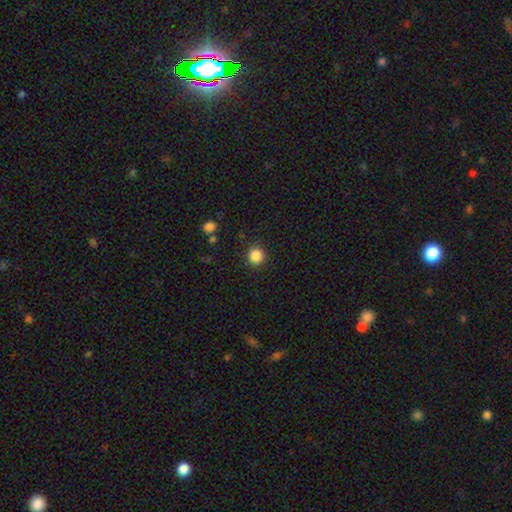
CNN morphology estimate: Q: Smooth or featured?
A: smooth (86%); runner-up: star or artifact (11%)
Q: How rounded?
A: round (92%); runner-up: in between (7%)
Q: Merging?
A: none (90%); runner-up: minor disturbance (7%)